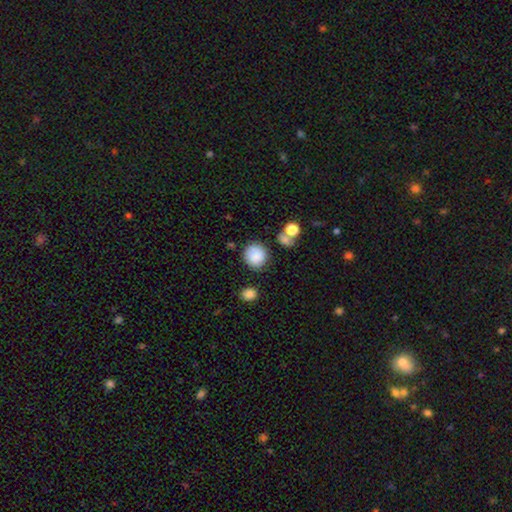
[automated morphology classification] Smooth or featured?
  - smooth: 84% *
  - star or artifact: 9%
  - featured or disk: 7%
How rounded?
  - round: 87% *
  - in between: 12%
  - cigar-shaped: 1%
Merging?
  - none: 74% *
  - minor disturbance: 15%
  - merger: 6%
  - major disturbance: 5%